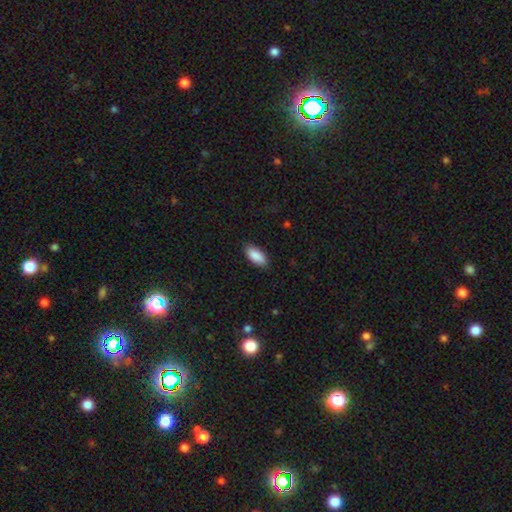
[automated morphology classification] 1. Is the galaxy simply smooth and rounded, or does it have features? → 90% smooth, 6% star or artifact, 4% featured or disk.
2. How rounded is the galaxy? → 87% in between, 11% cigar-shaped, 2% round.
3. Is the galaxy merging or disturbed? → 86% none, 10% minor disturbance, 2% major disturbance, 1% merger.